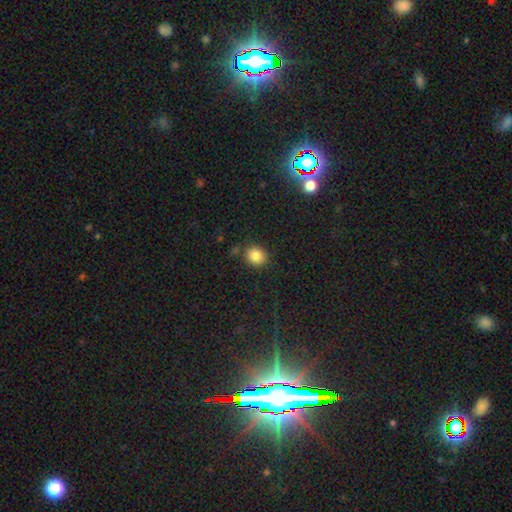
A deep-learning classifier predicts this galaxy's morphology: smooth 84%, star or artifact 11%, featured or disk 5%. Down the decision tree: how rounded — round (78%); merging — none (81%).